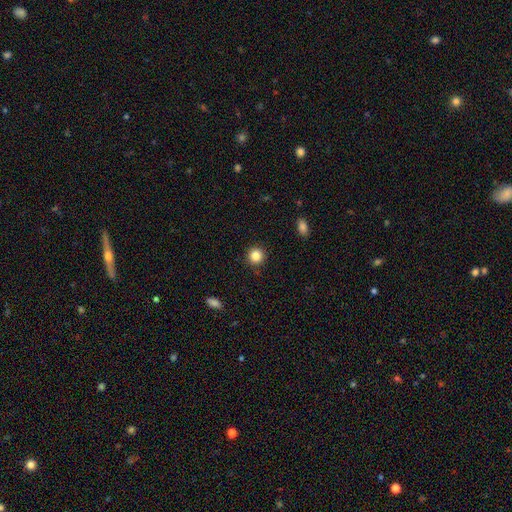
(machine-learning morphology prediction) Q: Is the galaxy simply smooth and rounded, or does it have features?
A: smooth — 85%.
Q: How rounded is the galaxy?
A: round — 93%.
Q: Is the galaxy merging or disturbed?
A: none — 91%.